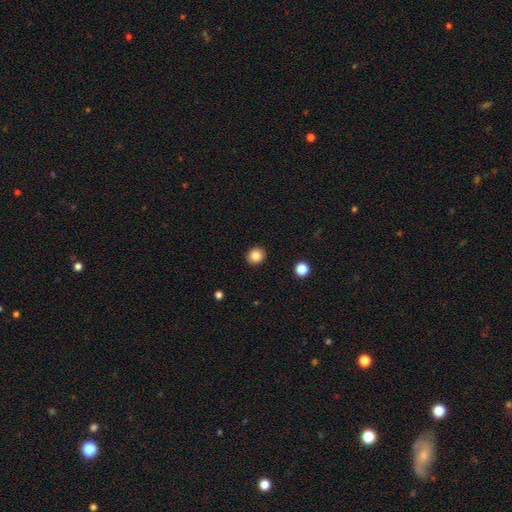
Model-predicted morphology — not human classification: This appears to be a smooth galaxy with no disk features (84%) that is round (84%). Merging: none (92%).